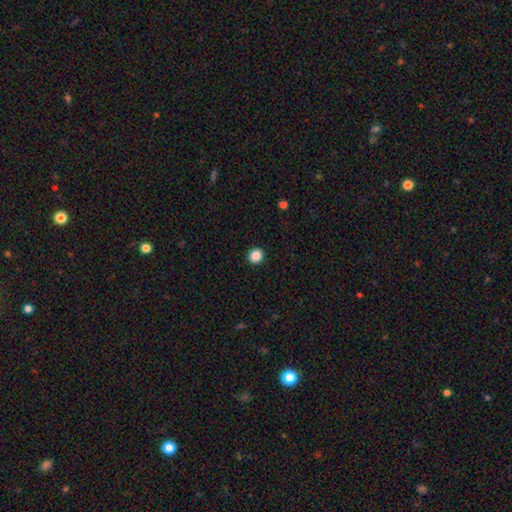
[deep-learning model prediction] This appears to be a smooth galaxy with no disk features (88%) that is round (88%). Merging: none (93%).